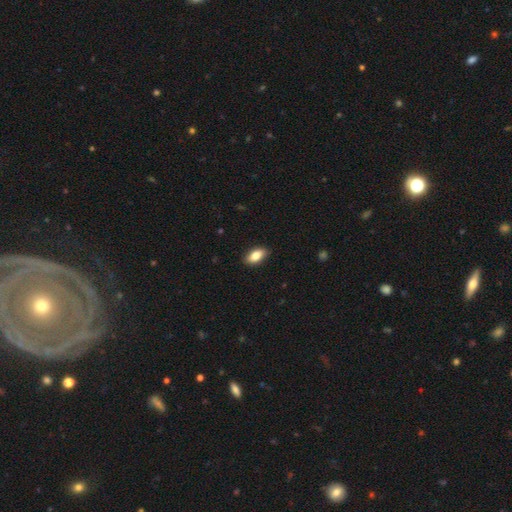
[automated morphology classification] Overall: smooth (83%). How rounded: in between (90%). Merging: none (88%).